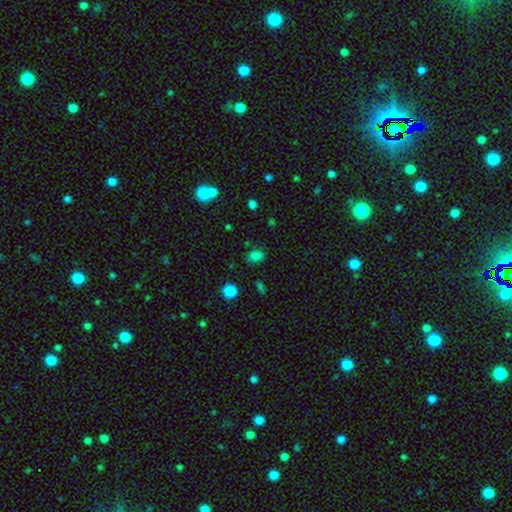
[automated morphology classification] smooth_or_featured: smooth (p=0.79) [alt: star or artifact p=0.14]
how_rounded: in between (p=0.65) [alt: round p=0.34]
merging: none (p=0.80) [alt: minor disturbance p=0.13]